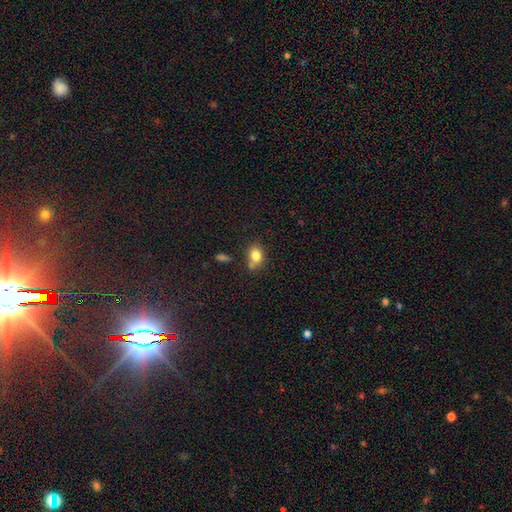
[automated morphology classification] Smooth or featured? smooth (81%)
How rounded? in between (62%)
Merging? none (59%)